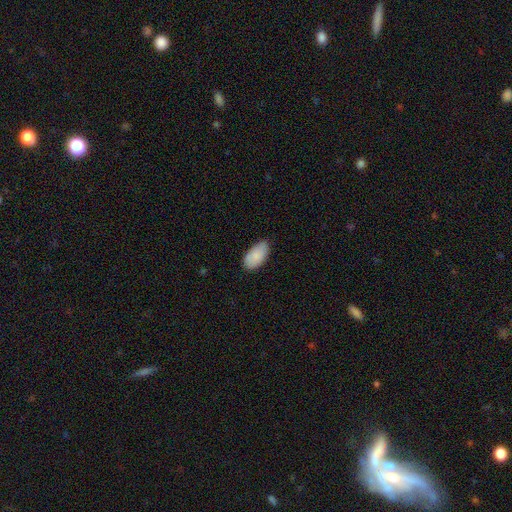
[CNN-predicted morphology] This appears to be a smooth galaxy with no disk features (86%) that is in between round and cigar-shaped (95%). Merging: none (73%).